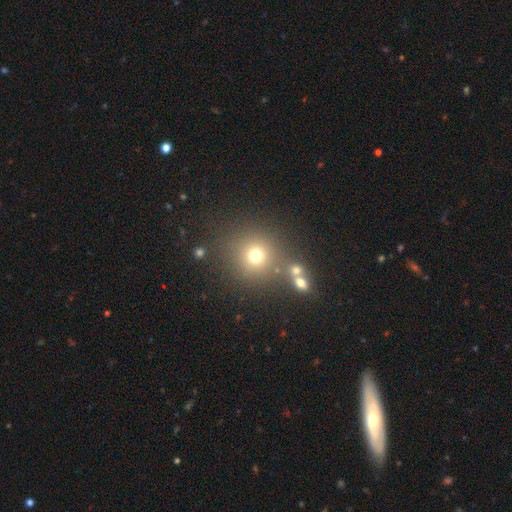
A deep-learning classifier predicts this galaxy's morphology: A smooth galaxy with no disk features (71%) that is round (90%). Merging: none (73%).